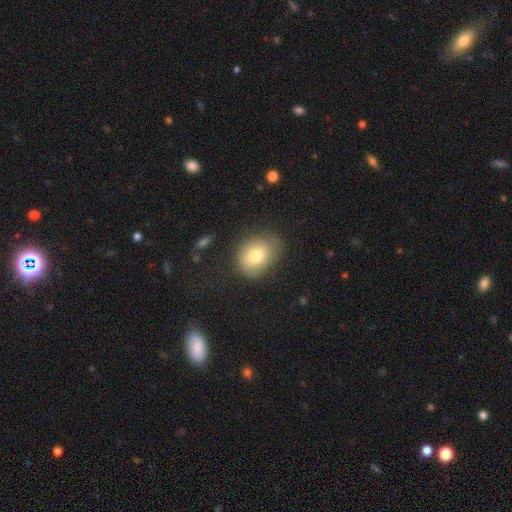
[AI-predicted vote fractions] Smooth or featured: smooth — 77% (featured or disk — 14%)
How rounded: in between — 55% (round — 44%)
Merging: none — 65% (minor disturbance — 25%)